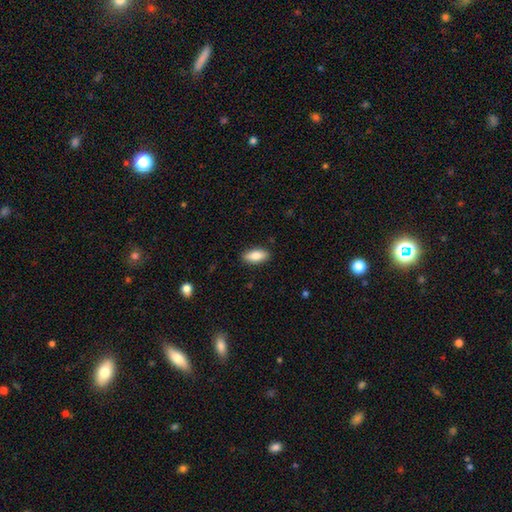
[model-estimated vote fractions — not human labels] smooth-or-featured: smooth: 83% | featured or disk: 11% | star or artifact: 6%
  how-rounded: in between: 85% | cigar-shaped: 12% | round: 3%
  merging: none: 88% | minor disturbance: 9% | major disturbance: 2% | merger: 1%